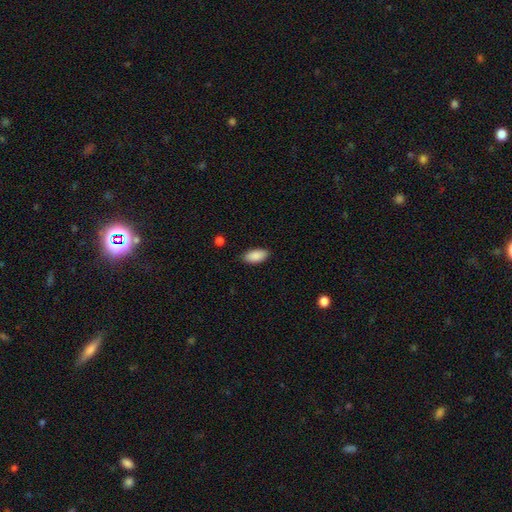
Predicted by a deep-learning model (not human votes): smooth-or-featured: smooth: 90% | star or artifact: 6% | featured or disk: 4%
  how-rounded: in between: 92% | cigar-shaped: 5% | round: 2%
  merging: none: 87% | minor disturbance: 9% | major disturbance: 2% | merger: 1%